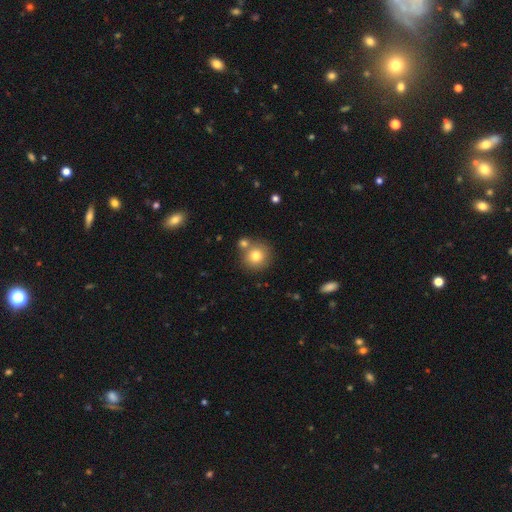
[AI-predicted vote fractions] smooth 77%, featured or disk 11%, star or artifact 11%. Down the decision tree: how rounded — round (93%); merging — none (68%).